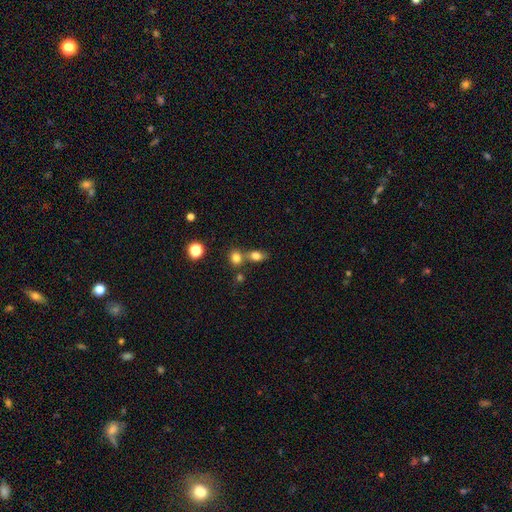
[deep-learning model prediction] A smooth galaxy with no disk features (78%) that is in between round and cigar-shaped (65%). Merging: none (50%).